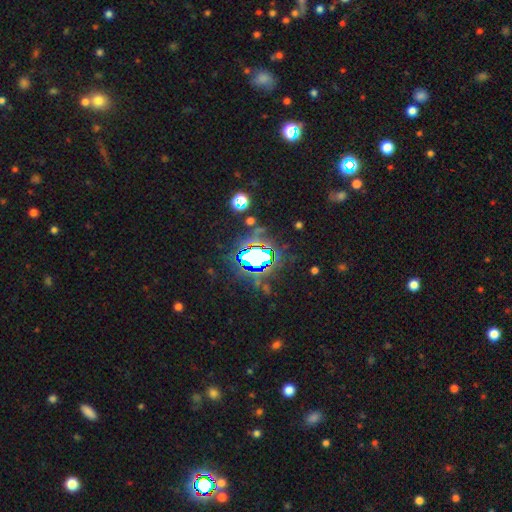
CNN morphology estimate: The model was most divided on "smooth or featured": star or artifact: 69%, smooth: 18%, featured or disk: 14%.